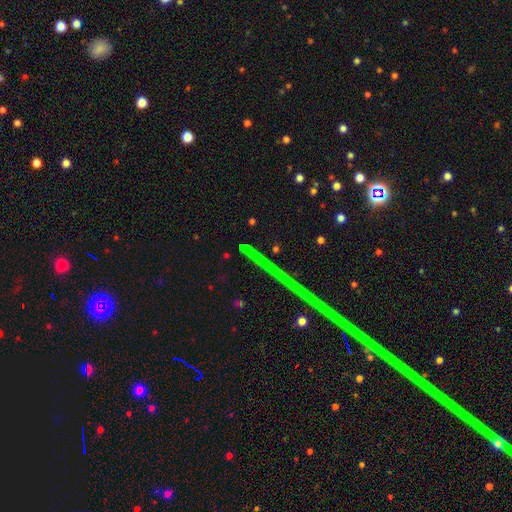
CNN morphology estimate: Smooth or featured? star or artifact (80%)